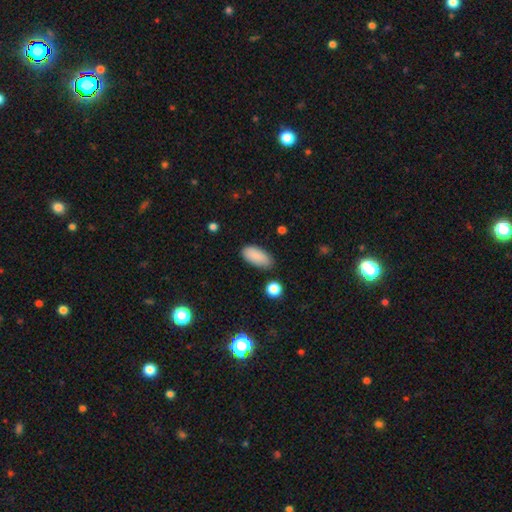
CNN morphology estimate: Q: Smooth or featured?
A: smooth (88%); runner-up: star or artifact (7%)
Q: How rounded?
A: in between (91%); runner-up: cigar-shaped (7%)
Q: Merging?
A: none (78%); runner-up: minor disturbance (16%)